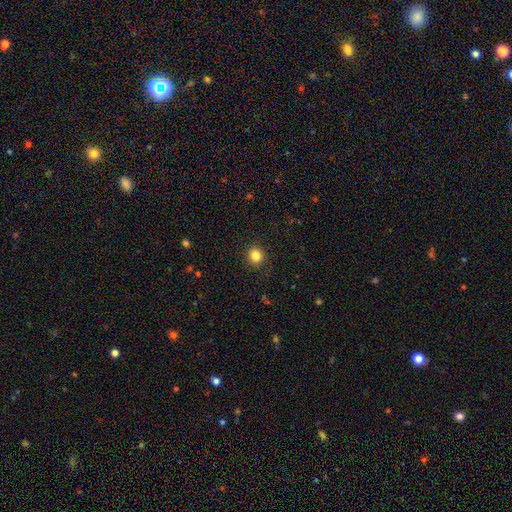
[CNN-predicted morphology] The model was most divided on "smooth or featured": smooth: 84%, star or artifact: 11%, featured or disk: 5%. More confident: merging — none (89%); how rounded — round (87%).